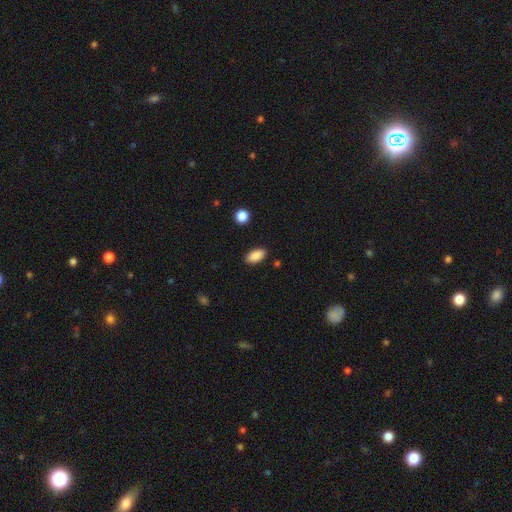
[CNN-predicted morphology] Smooth or featured? Predicted: smooth (p=0.88). How rounded? Predicted: in between (p=0.93). Merging? Predicted: none (p=0.88).